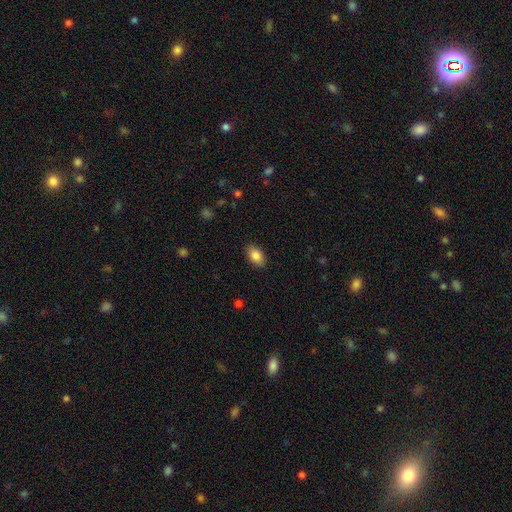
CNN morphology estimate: Overall: smooth (86%). How rounded: in between (91%). Merging: none (88%).